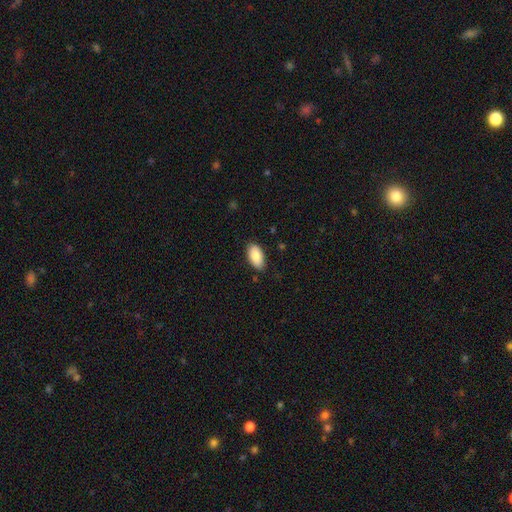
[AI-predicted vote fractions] A smooth galaxy with no disk features (86%) that is in between round and cigar-shaped (95%). Merging: none (82%).